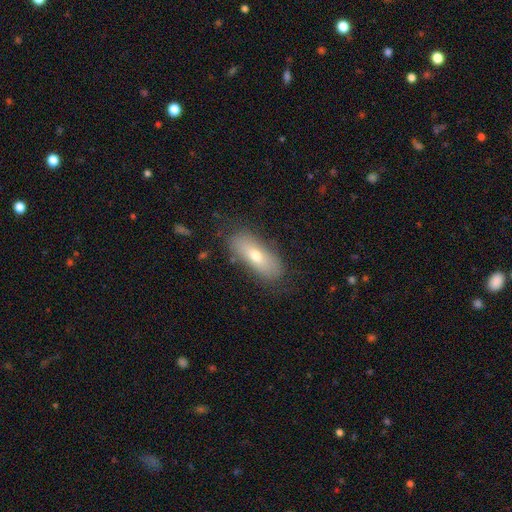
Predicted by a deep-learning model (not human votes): Smooth or featured? Predicted: smooth (p=0.66). How rounded? Predicted: in between (p=0.72). Merging? Predicted: none (p=0.77).